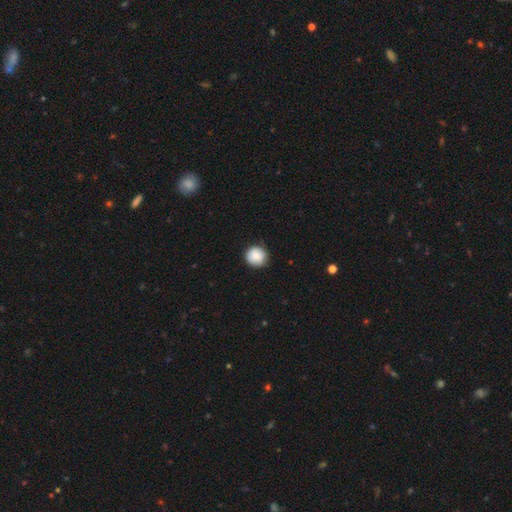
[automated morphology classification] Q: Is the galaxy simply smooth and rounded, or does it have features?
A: smooth — 88%.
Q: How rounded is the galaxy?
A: round — 94%.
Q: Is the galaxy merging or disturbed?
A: none — 85%.